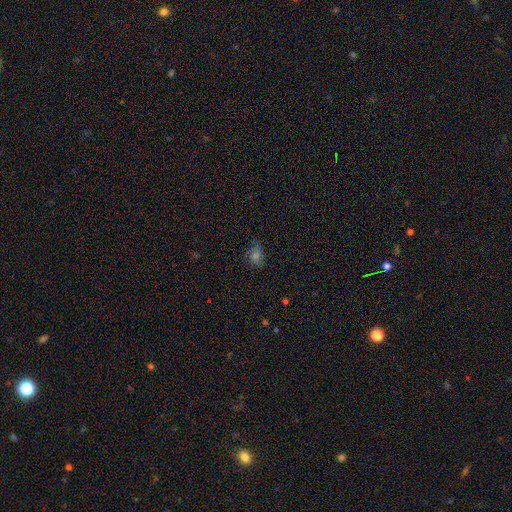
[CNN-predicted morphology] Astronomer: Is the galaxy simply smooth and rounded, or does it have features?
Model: smooth — 49% (runner-up: featured or disk, 26%).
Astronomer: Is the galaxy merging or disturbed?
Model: none — 68%.